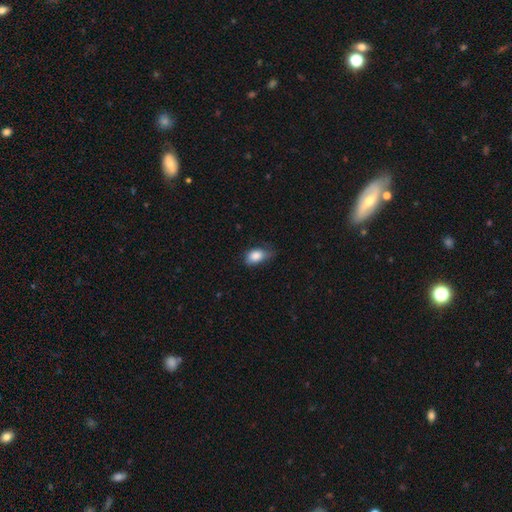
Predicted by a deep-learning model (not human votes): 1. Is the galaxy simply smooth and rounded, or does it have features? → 85% smooth, 8% star or artifact, 7% featured or disk.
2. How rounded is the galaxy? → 85% in between, 13% round, 2% cigar-shaped.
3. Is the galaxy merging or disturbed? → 48% none, 39% minor disturbance, 12% major disturbance, 2% merger.